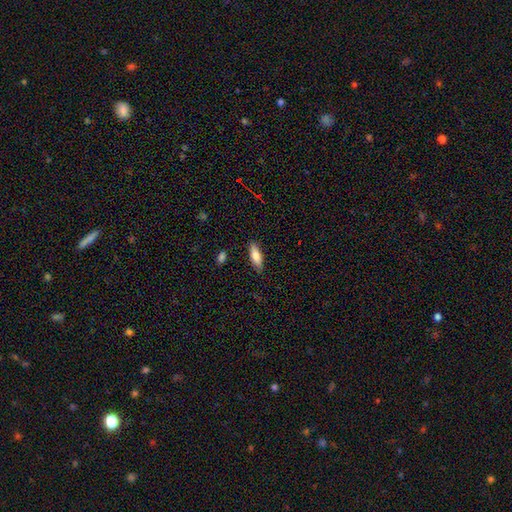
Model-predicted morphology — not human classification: smooth 81%, featured or disk 13%, star or artifact 6%. Down the decision tree: how rounded — in between (57%); merging — none (87%).